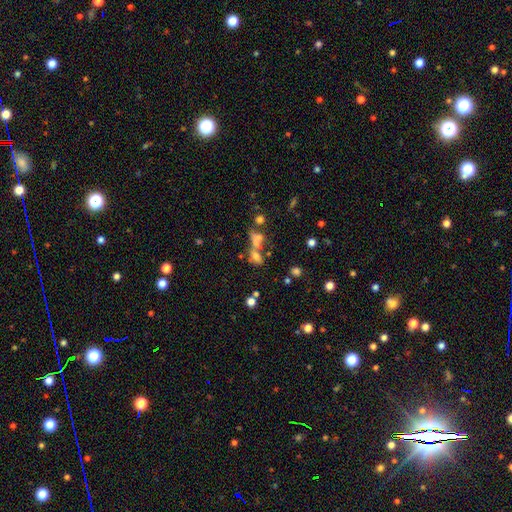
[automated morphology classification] Overall: smooth (52%; star or artifact 26%). How rounded: in between (55%; round 32%). Merging: merger (47%; none 34%).